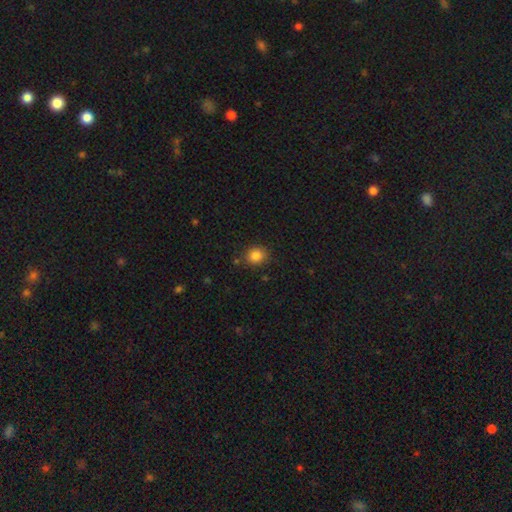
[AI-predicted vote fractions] A smooth galaxy with no disk features (85%) that is round (70%). Merging: none (83%).